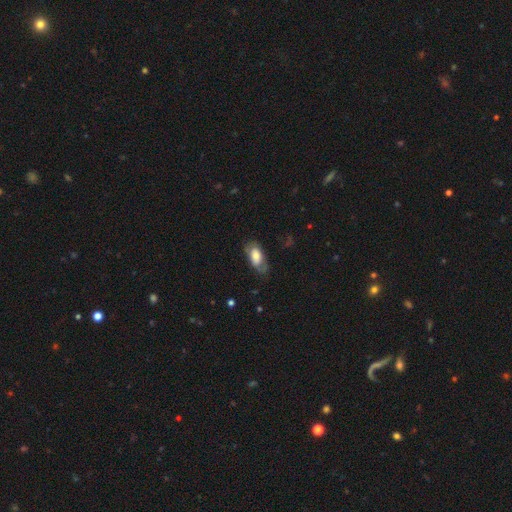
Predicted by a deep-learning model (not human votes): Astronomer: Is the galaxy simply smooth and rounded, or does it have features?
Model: smooth — 59% (runner-up: featured or disk, 34%).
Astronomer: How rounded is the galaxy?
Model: in between — 89%.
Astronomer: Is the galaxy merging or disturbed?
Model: none — 58%.